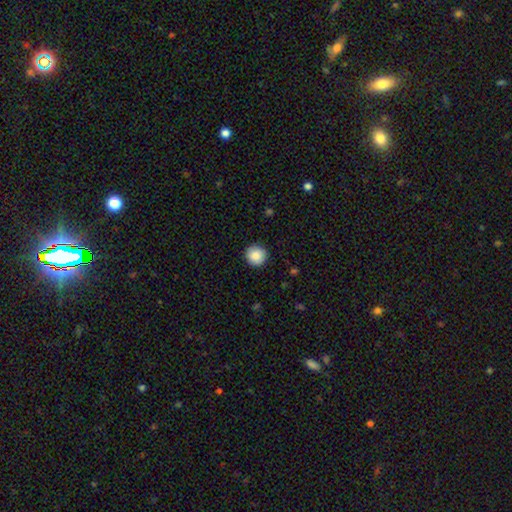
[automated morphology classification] This is clearly a smooth galaxy (88%). How rounded: clearly round (95%). Merging: clearly none (92%).